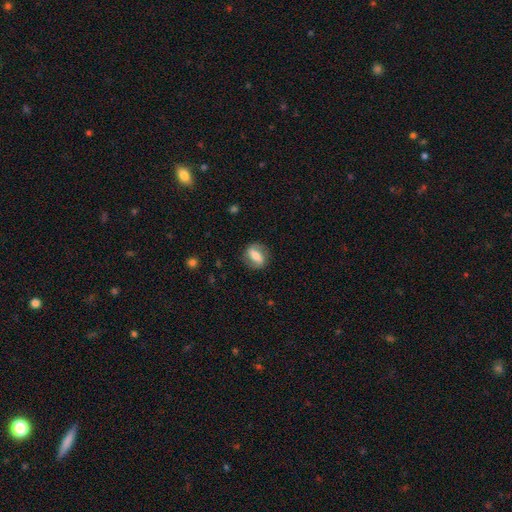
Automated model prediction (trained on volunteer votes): This is possibly a featured or disk galaxy (53%). It is clearly not viewed edge-on (89%). Merging: clearly none (81%).